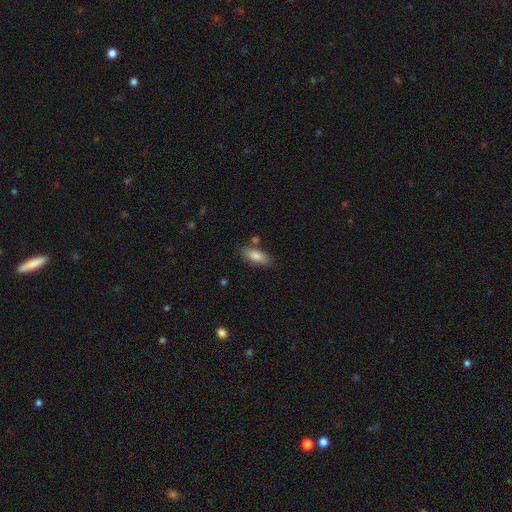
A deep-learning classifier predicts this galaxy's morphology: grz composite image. It shows a smooth galaxy with no disk features (84%) that is in between round and cigar-shaped (83%). Merging: none (76%).